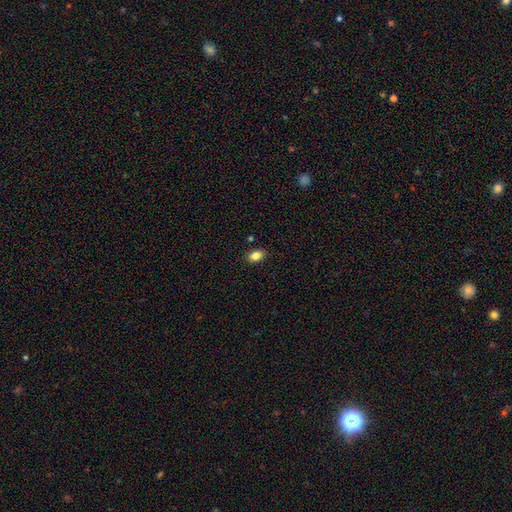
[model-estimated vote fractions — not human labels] smooth_or_featured: smooth (p=0.84) [alt: star or artifact p=0.09]
how_rounded: in between (p=0.86) [alt: round p=0.13]
merging: none (p=0.87) [alt: minor disturbance p=0.09]